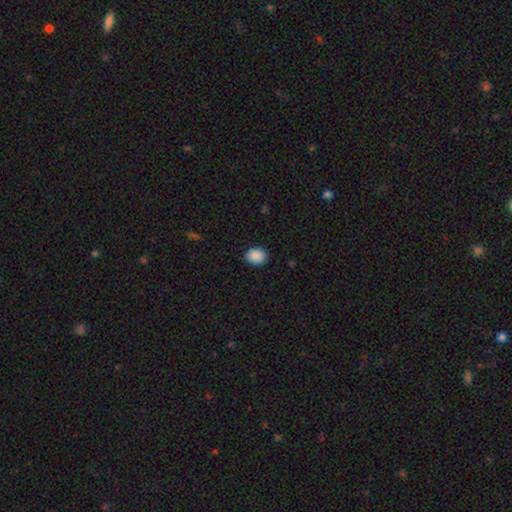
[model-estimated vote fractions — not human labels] smooth-or-featured: smooth: 90% | star or artifact: 8% | featured or disk: 3%
  how-rounded: in between: 60% | round: 39% | cigar-shaped: 1%
  merging: none: 86% | minor disturbance: 11% | major disturbance: 2% | merger: 1%